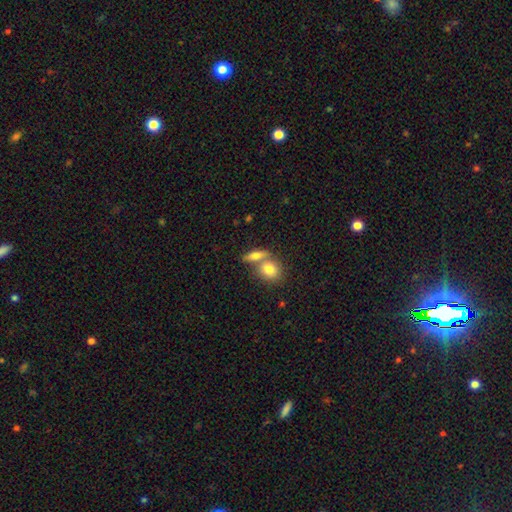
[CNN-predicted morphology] Smooth or featured? Predicted: smooth (p=0.67). How rounded? Predicted: in between (p=0.57). Merging? Predicted: none (p=0.48).